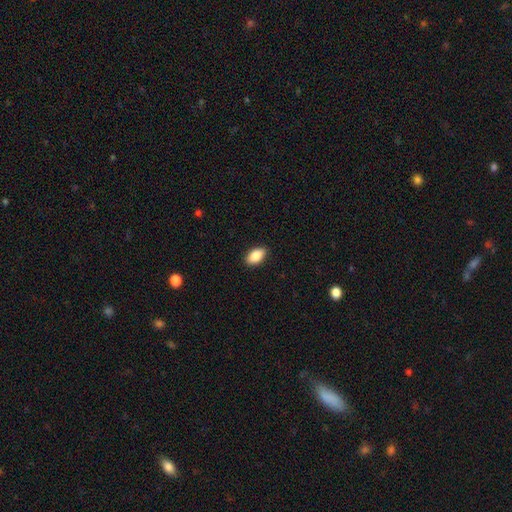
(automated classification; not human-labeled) Smooth or featured? smooth (87%)
How rounded? in between (92%)
Merging? none (89%)